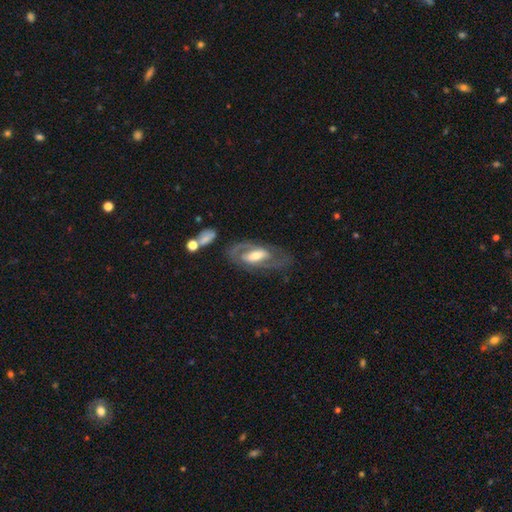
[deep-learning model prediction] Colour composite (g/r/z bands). It shows a featured or disk galaxy (72%) with a weak bar (36%), spiral arms (72%) and a moderate central bulge (58%). Merging: none (65%).